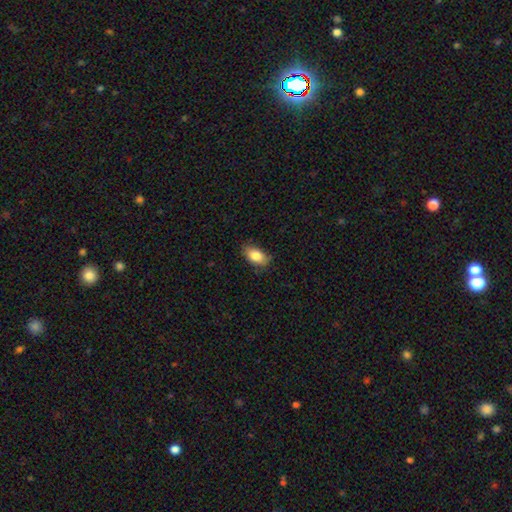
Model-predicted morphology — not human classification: This is clearly a smooth galaxy (83%). How rounded: clearly in between (92%). Merging: likely none (80%).